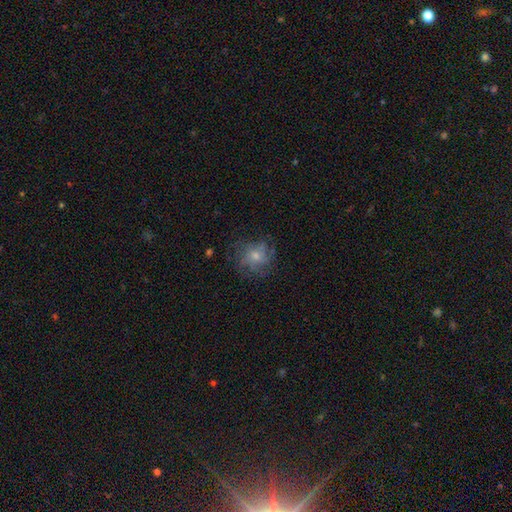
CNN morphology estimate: Smooth or featured? featured or disk (55%)
Edge-on disk? no (97%)
Bar? no (79%)
Spiral arms? yes (83%)
Bulge size? small (50%)
Merging? none (73%)